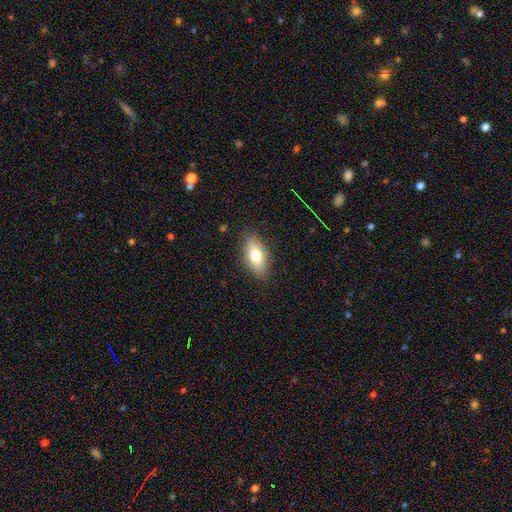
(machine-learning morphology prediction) This is likely a smooth galaxy (73%). How rounded: clearly in between (85%). Merging: clearly none (86%).